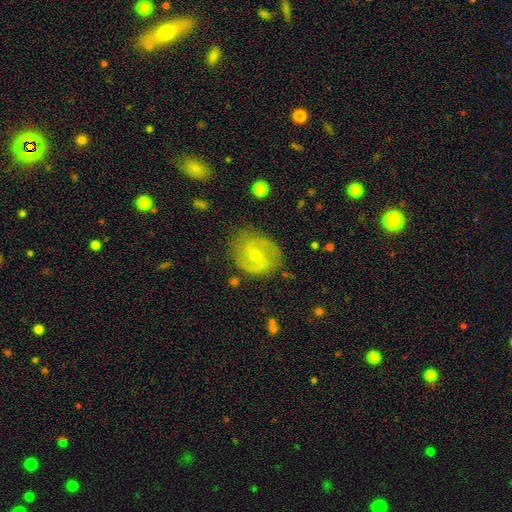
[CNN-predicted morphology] Q: Smooth or featured?
A: featured or disk (80%); runner-up: smooth (13%)
Q: Edge-on disk?
A: no (97%); runner-up: yes (3%)
Q: Bar?
A: weak (46%); runner-up: no (42%)
Q: Spiral arms?
A: yes (93%); runner-up: no (7%)
Q: Spiral winding?
A: medium (50%); runner-up: tight (31%)
Q: Spiral arm count?
A: 2 (86%); runner-up: can't tell (7%)
Q: Bulge size?
A: small (57%); runner-up: moderate (40%)
Q: Merging?
A: none (79%); runner-up: minor disturbance (15%)